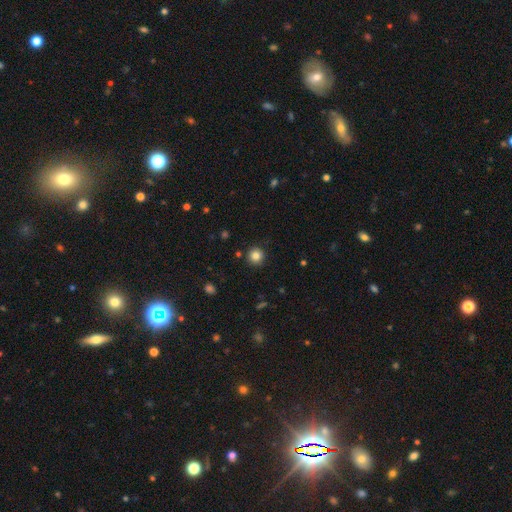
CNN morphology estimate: type=smooth (83%); roundness=round (95%); merging=none (90%).